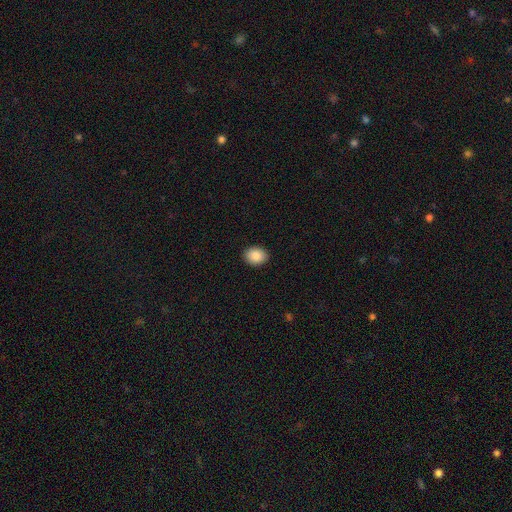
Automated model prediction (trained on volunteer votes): The model was most divided on "how rounded": in between: 53%, round: 46%, cigar-shaped: 1%. More confident: merging — none (91%); smooth or featured — smooth (87%).